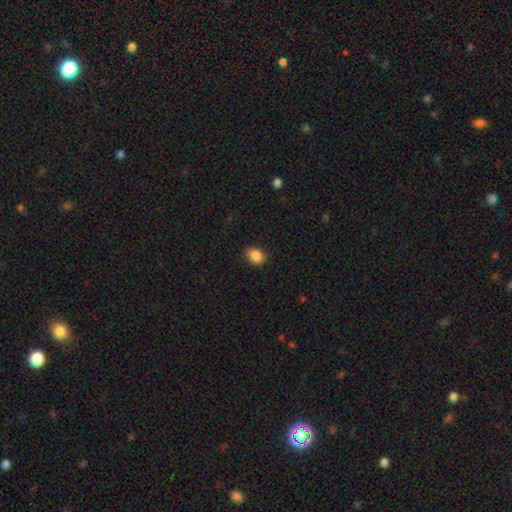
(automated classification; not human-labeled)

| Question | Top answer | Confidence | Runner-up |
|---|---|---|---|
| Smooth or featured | smooth | 87% | star or artifact (9%) |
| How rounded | in between | 59% | round (40%) |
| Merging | none | 75% | minor disturbance (20%) |